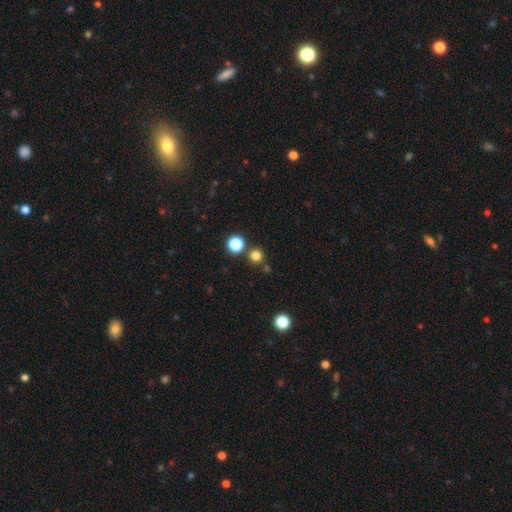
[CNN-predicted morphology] A smooth galaxy with no disk features (79%) that is round (94%).

Vote fractions:
- Smooth or featured? smooth: 79% / star or artifact: 17% / featured or disk: 5%
- How rounded? round: 94% / in between: 5% / cigar-shaped: 1%
- Merging? none: 81% / merger: 11% / minor disturbance: 6% / major disturbance: 2%